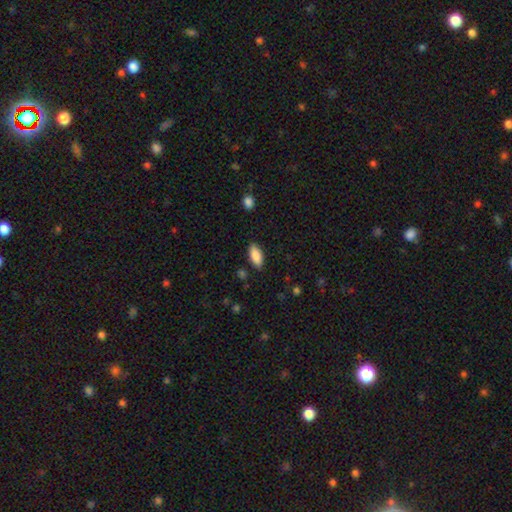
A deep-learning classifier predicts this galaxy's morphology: A smooth galaxy with no disk features (88%) that is in between round and cigar-shaped (86%).

Vote fractions:
- Smooth or featured? smooth: 88% / star or artifact: 7% / featured or disk: 5%
- How rounded? in between: 86% / cigar-shaped: 12% / round: 2%
- Merging? none: 86% / minor disturbance: 10% / major disturbance: 2% / merger: 1%